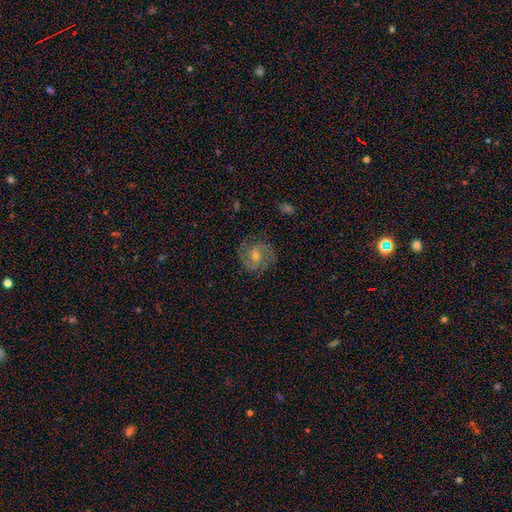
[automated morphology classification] Smooth or featured: featured or disk — 80% (smooth — 11%)
Edge-on disk: no — 98% (yes — 2%)
Bar: no — 55% (weak — 36%)
Spiral arms: yes — 96% (no — 4%)
Spiral winding: tight — 49% (medium — 43%)
Spiral arm count: 2 — 56% (3 — 21%)
Bulge size: moderate — 56% (small — 40%)
Merging: none — 83% (minor disturbance — 12%)